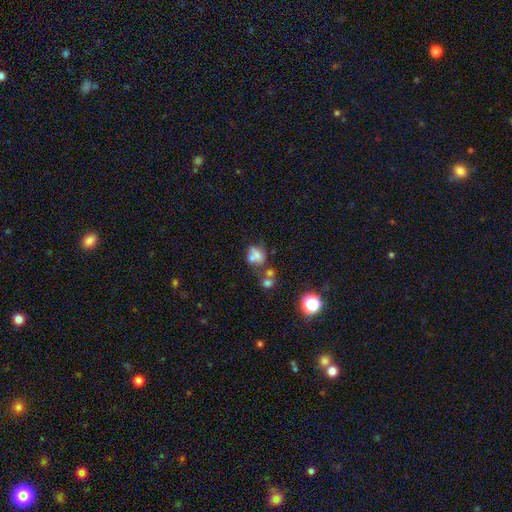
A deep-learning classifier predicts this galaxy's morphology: type=smooth (57%); roundness=in between (60%); merging=merger (47%).